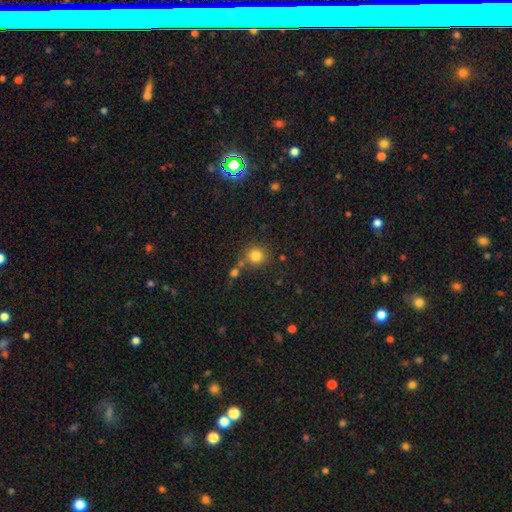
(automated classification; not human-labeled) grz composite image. It shows a smooth galaxy with no disk features (81%) that is round (92%). Merging: none (74%).